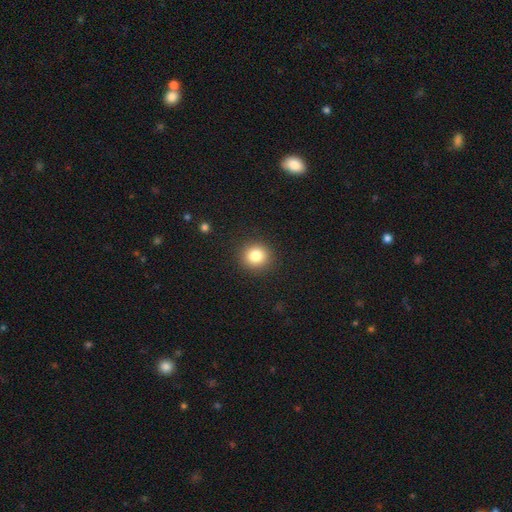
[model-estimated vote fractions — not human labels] Smooth or featured?
  - smooth: 83% *
  - star or artifact: 11%
  - featured or disk: 6%
How rounded?
  - round: 88% *
  - in between: 11%
  - cigar-shaped: 1%
Merging?
  - none: 91% *
  - minor disturbance: 6%
  - major disturbance: 2%
  - merger: 1%